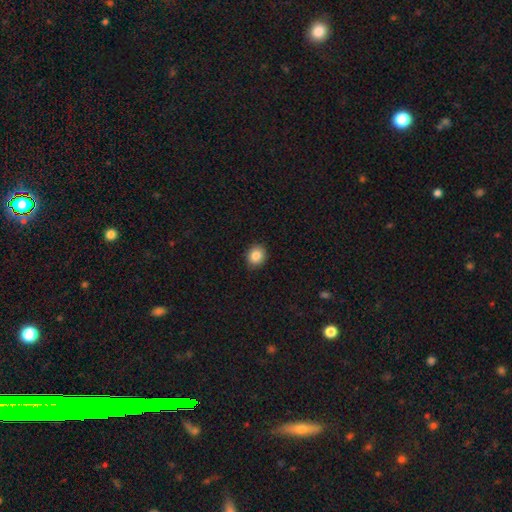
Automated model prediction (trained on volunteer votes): This is clearly a smooth galaxy (86%). How rounded: likely round (70%). Merging: clearly none (90%).